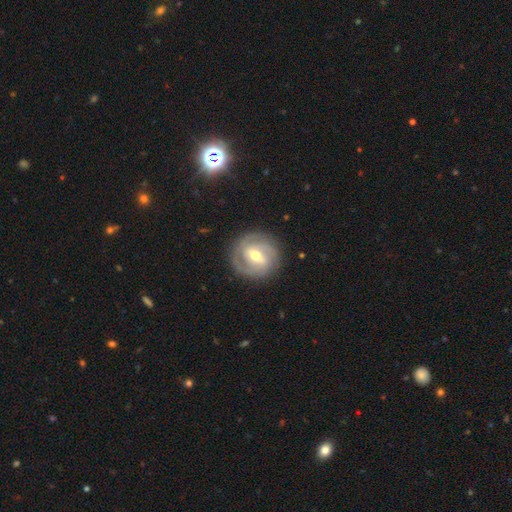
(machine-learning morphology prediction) Overall: featured or disk (79%). Edge-on disk: no (96%). Bar: weak (46%; strong 38%). Spiral arms: yes (90%). Spiral arm count: 2 (51%; 3 20%). Spiral winding: tight (61%; medium 31%). Bulge size: moderate (67%; small 28%). Merging: none (85%).